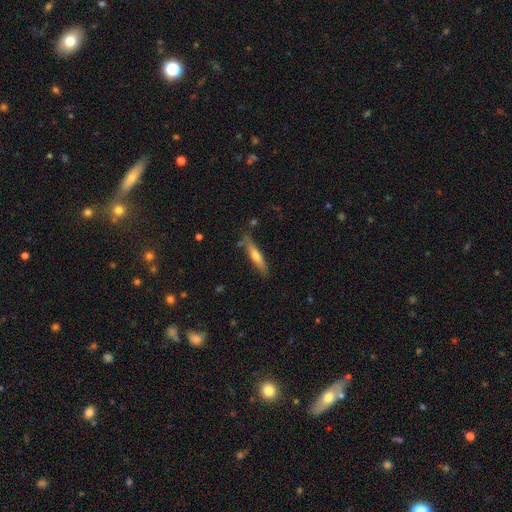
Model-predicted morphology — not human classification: Smooth or featured? smooth (49%)
Merging? none (79%)